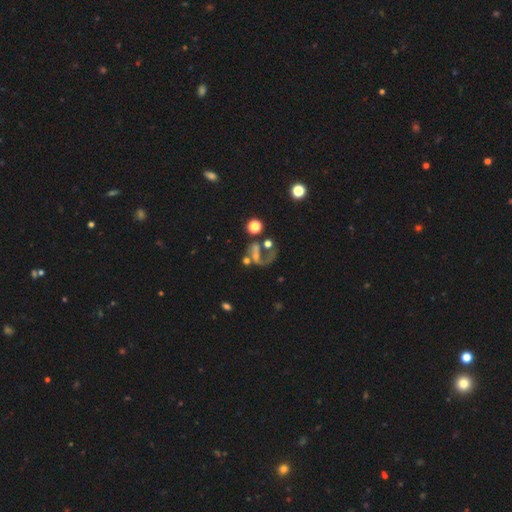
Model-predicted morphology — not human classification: Q: Smooth or featured?
A: featured or disk (47%); runner-up: smooth (28%)
Q: Merging?
A: major disturbance (34%); runner-up: none (29%)